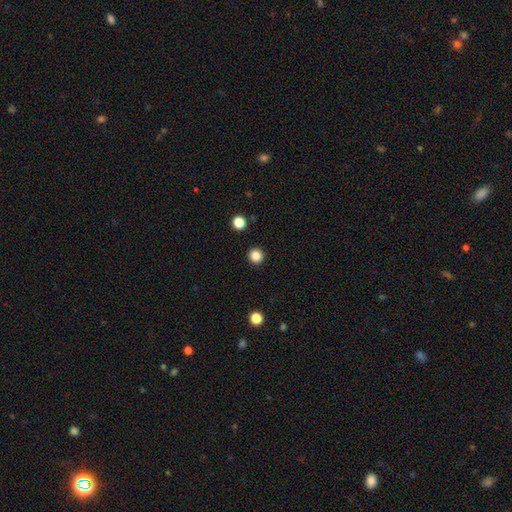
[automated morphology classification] Q: Smooth or featured?
A: smooth (85%); runner-up: star or artifact (12%)
Q: How rounded?
A: round (95%); runner-up: in between (4%)
Q: Merging?
A: none (93%); runner-up: minor disturbance (4%)